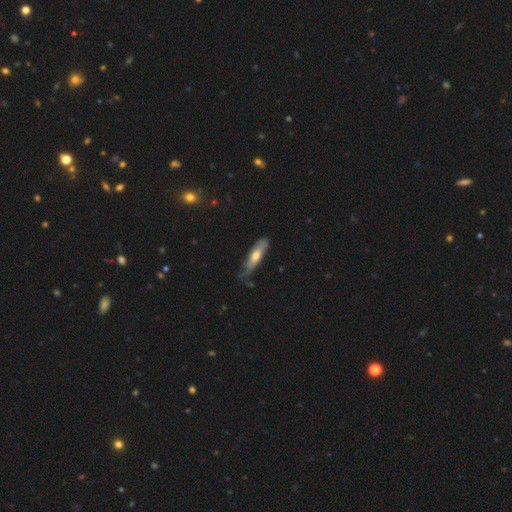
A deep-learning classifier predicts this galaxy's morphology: The model was most divided on "smooth or featured": smooth: 56%, featured or disk: 38%, star or artifact: 6%. More confident: how rounded — cigar-shaped (68%); merging — none (57%).